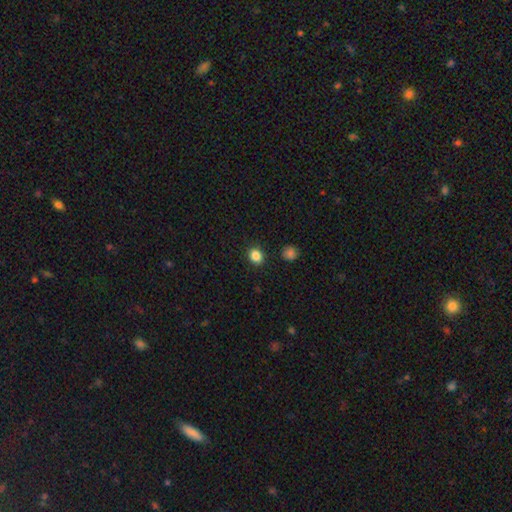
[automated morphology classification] Smooth or featured?
  - smooth: 85% *
  - star or artifact: 11%
  - featured or disk: 4%
How rounded?
  - round: 62% *
  - in between: 37%
  - cigar-shaped: 1%
Merging?
  - none: 89% *
  - minor disturbance: 7%
  - major disturbance: 2%
  - merger: 2%